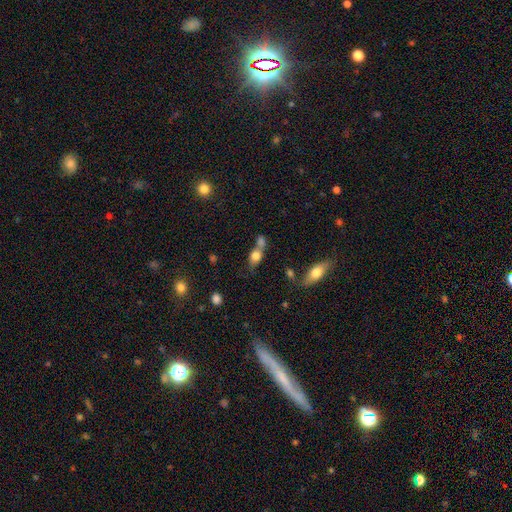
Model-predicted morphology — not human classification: Overall: smooth (76%). How rounded: in between (67%). Merging: merger (48%; none 35%).